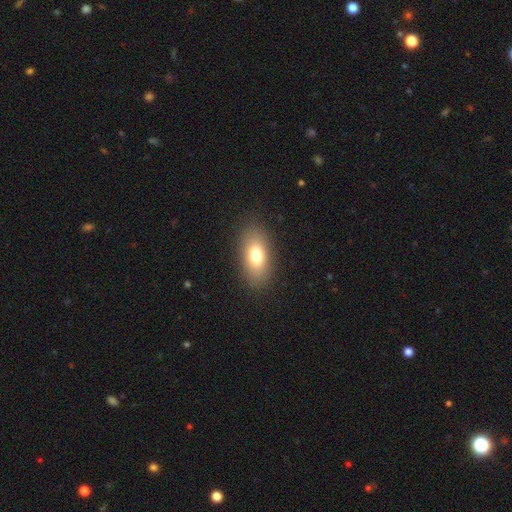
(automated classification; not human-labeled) The model was most divided on "smooth or featured": smooth: 76%, featured or disk: 15%, star or artifact: 9%. More confident: how rounded — in between (88%); merging — none (87%).